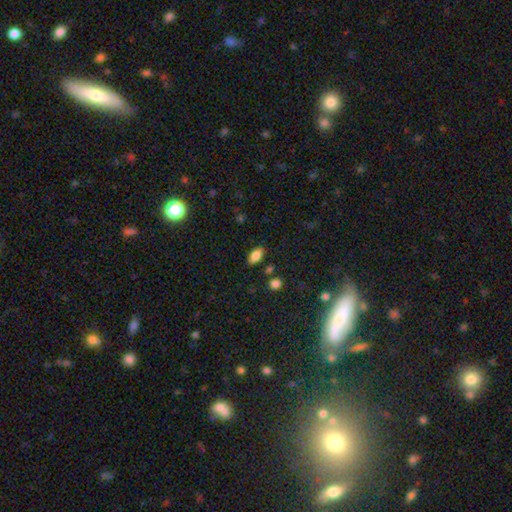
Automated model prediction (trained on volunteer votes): A smooth galaxy with no disk features (80%) that is in between round and cigar-shaped (89%). Merging: none (84%).